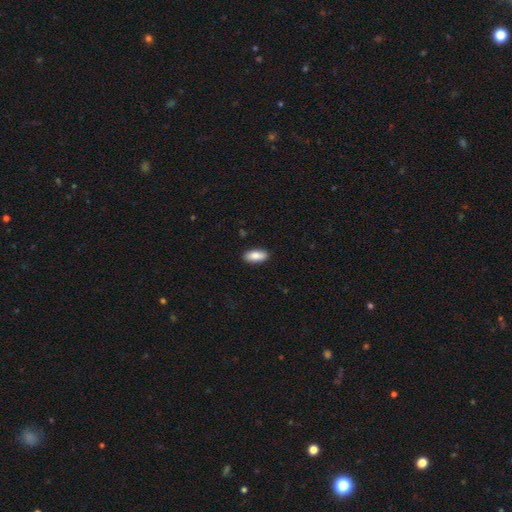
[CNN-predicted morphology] type=smooth (87%); roundness=in between (88%); merging=none (90%).